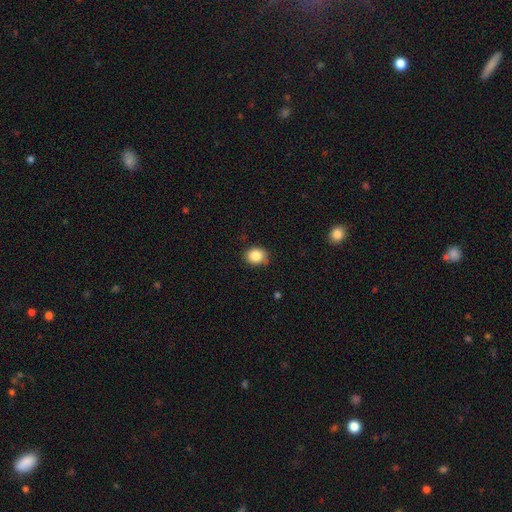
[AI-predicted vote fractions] Smooth or featured? smooth (85%)
How rounded? round (62%)
Merging? none (80%)